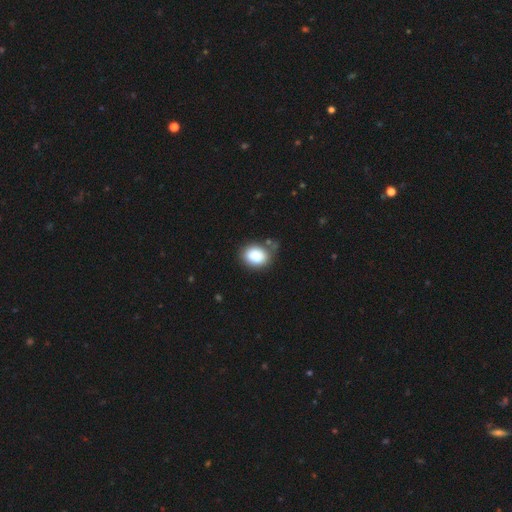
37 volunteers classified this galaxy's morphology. This appears to be a smooth galaxy with no disk features (92%) that is in between round and cigar-shaped (68%). Merging: none (74%).